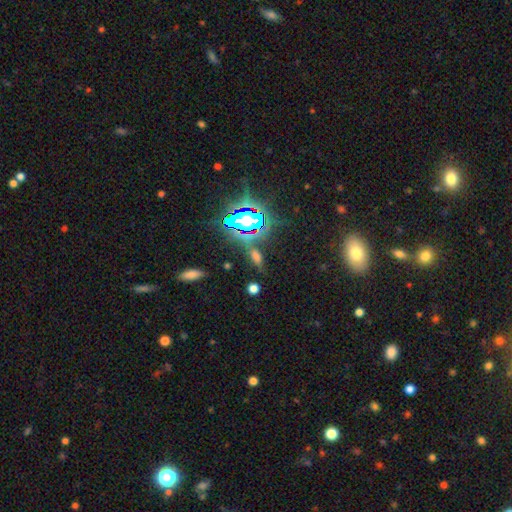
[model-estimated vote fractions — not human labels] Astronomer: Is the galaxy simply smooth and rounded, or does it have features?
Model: smooth — 47% (runner-up: star or artifact, 39%).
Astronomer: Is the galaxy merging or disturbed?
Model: none — 75%.